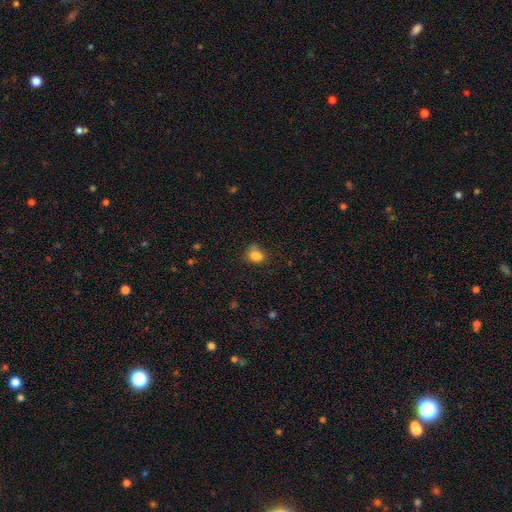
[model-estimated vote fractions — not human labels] A smooth galaxy with no disk features (82%) that is in between round and cigar-shaped (55%).

Vote fractions:
- Smooth or featured? smooth: 82% / star or artifact: 11% / featured or disk: 7%
- How rounded? in between: 55% / round: 44% / cigar-shaped: 1%
- Merging? none: 55% / minor disturbance: 28% / major disturbance: 9% / merger: 8%